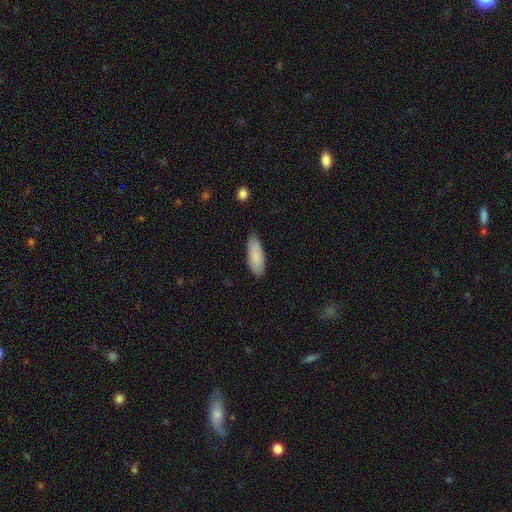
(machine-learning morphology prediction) The model was most divided on "how rounded": in between: 72%, cigar-shaped: 27%, round: 2%. More confident: smooth or featured — smooth (87%); merging — none (83%).